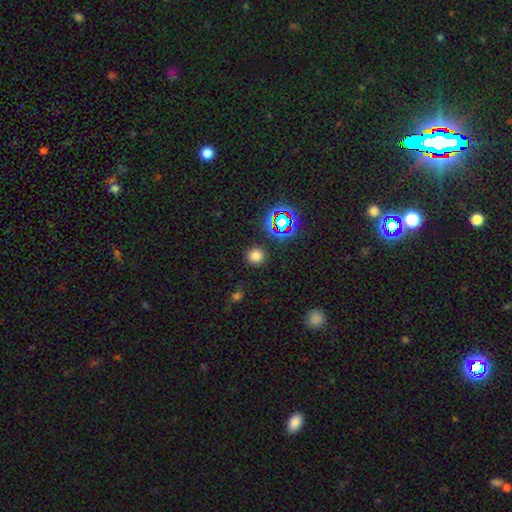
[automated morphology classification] The model was most divided on "smooth or featured": smooth: 73%, star or artifact: 21%, featured or disk: 5%. More confident: how rounded — round (92%); merging — none (89%).